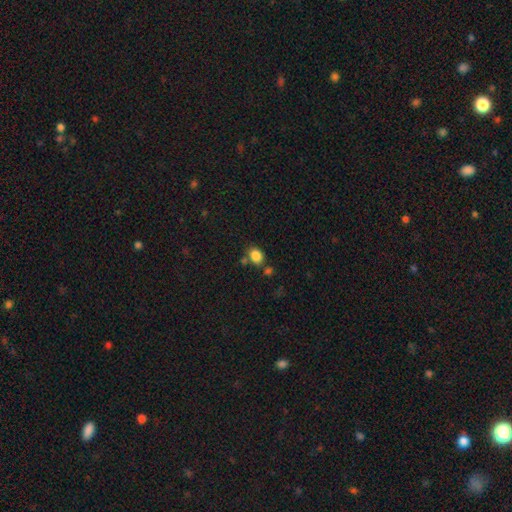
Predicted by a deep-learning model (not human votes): smooth 85%, star or artifact 10%, featured or disk 5%. Down the decision tree: how rounded — in between (50%); merging — none (69%).